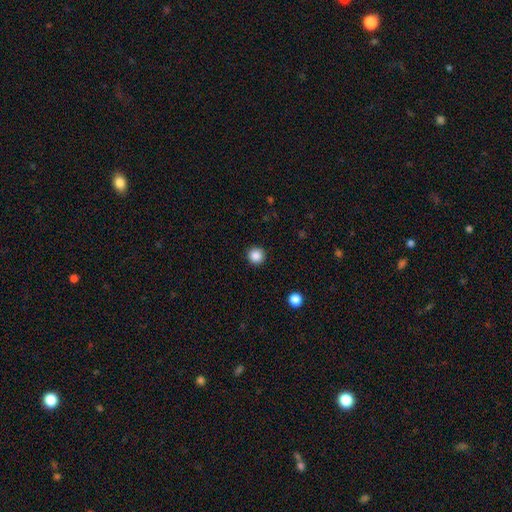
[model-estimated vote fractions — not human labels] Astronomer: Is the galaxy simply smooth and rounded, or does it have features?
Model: smooth — 86%.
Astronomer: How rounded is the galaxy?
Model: round — 96%.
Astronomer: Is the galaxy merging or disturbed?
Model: none — 92%.